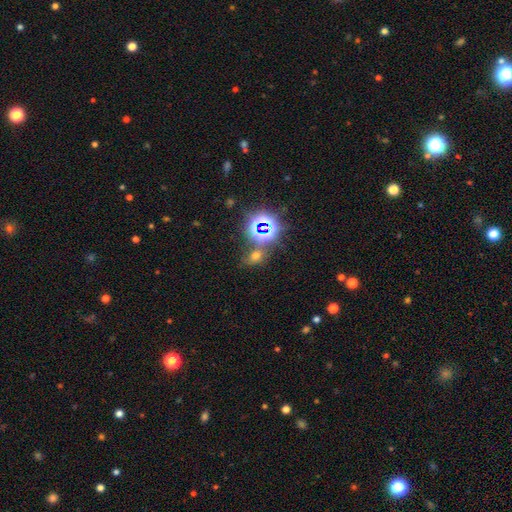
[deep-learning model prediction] smooth 46%, star or artifact 45%, featured or disk 9%. Down the decision tree: merging — none (65%).